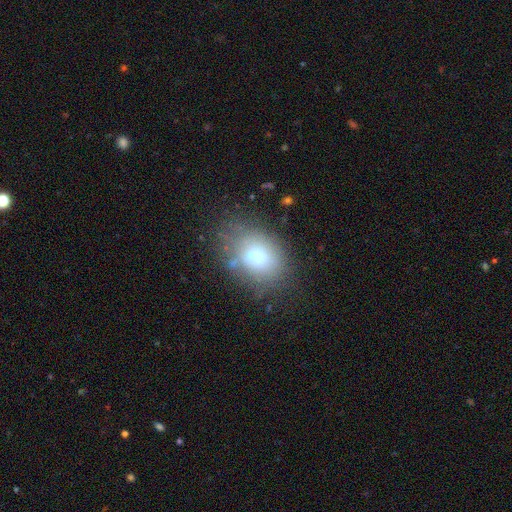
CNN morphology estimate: Smooth or featured? Predicted: smooth (p=0.68). How rounded? Predicted: in between (p=0.74). Merging? Predicted: none (p=0.59).